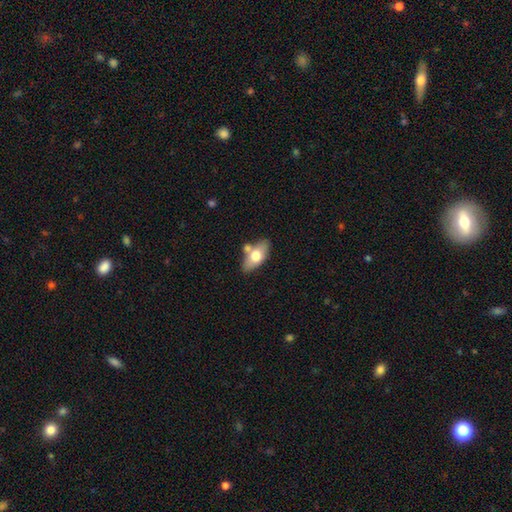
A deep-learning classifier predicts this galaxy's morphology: smooth-or-featured: smooth: 64% | featured or disk: 30% | star or artifact: 6%
  how-rounded: in between: 87% | cigar-shaped: 9% | round: 4%
  merging: none: 67% | merger: 16% | minor disturbance: 14% | major disturbance: 4%